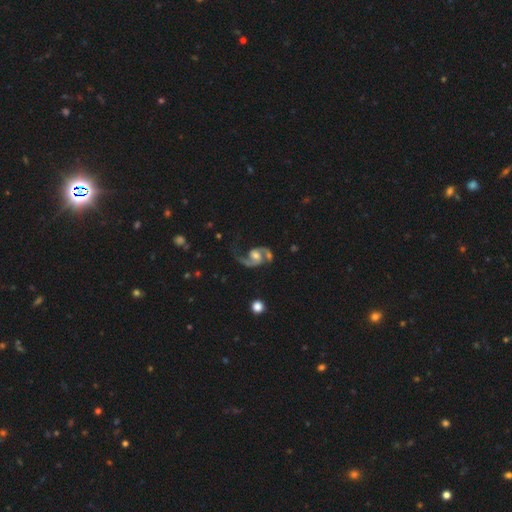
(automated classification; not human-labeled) featured or disk 91%, smooth 5%, star or artifact 5%. Down the decision tree: edge-on disk — no (98%); bar — no (51%); spiral arms — yes (97%); spiral arm count — 2 (91%); spiral winding — loose (46%); bulge size — moderate (59%); merging — none (61%).